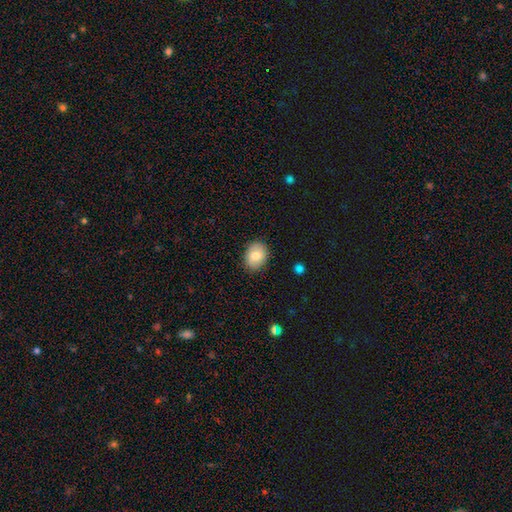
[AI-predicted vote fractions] smooth 78%, featured or disk 15%, star or artifact 7%. Down the decision tree: how rounded — in between (61%); merging — none (86%).